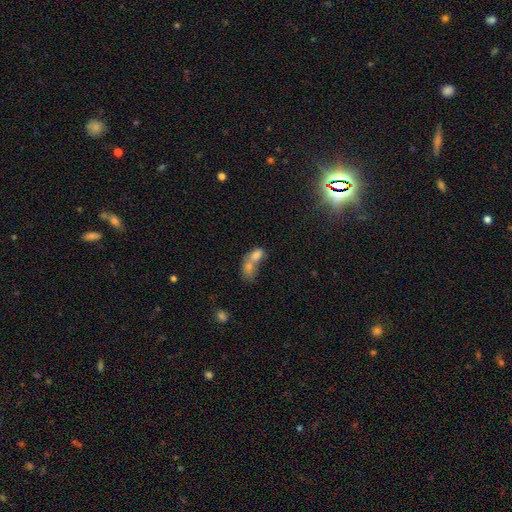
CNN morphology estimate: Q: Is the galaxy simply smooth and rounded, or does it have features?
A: smooth — 70%.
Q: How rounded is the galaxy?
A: in between — 79%.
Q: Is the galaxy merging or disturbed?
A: merger — 73%.